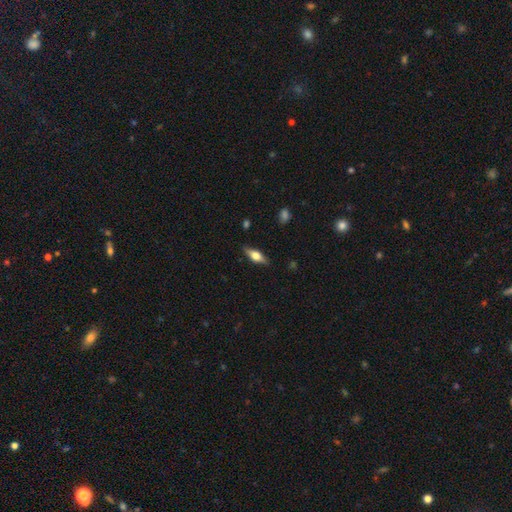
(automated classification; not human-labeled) Morphology: type=featured or disk (51%); edge-on=yes (92%); merging=none (85%).